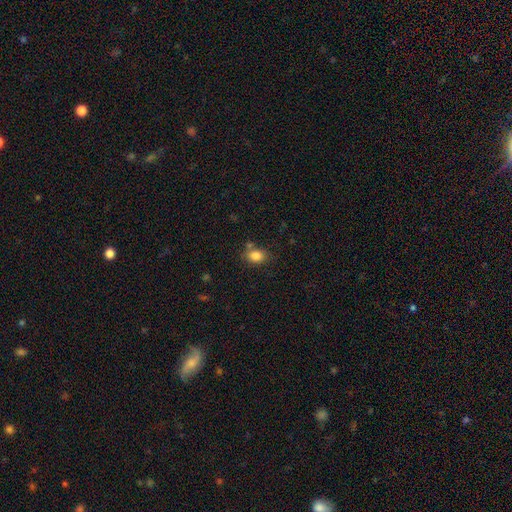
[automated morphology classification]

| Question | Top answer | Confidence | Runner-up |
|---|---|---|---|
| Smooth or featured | smooth | 84% | star or artifact (10%) |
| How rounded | in between | 67% | round (32%) |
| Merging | none | 69% | minor disturbance (16%) |